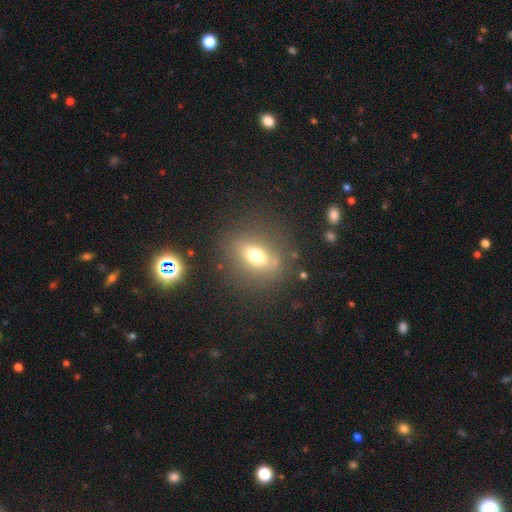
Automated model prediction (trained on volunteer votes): Smooth or featured?
  - smooth: 66% *
  - featured or disk: 19%
  - star or artifact: 15%
How rounded?
  - in between: 58% *
  - round: 39%
  - cigar-shaped: 4%
Merging?
  - none: 77% *
  - minor disturbance: 13%
  - major disturbance: 7%
  - merger: 3%